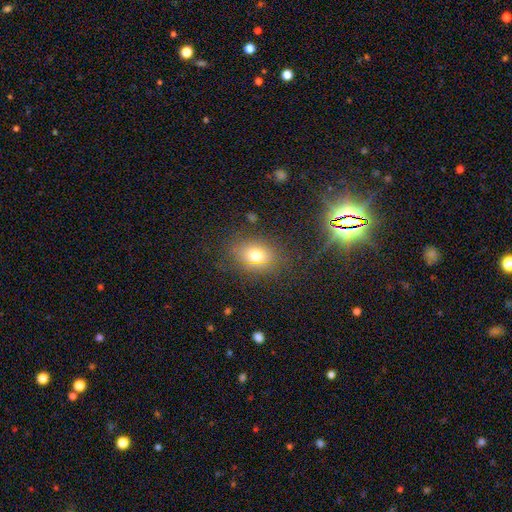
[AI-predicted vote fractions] Smooth or featured: smooth — 69% (star or artifact — 18%)
How rounded: in between — 59% (round — 39%)
Merging: none — 80% (minor disturbance — 12%)